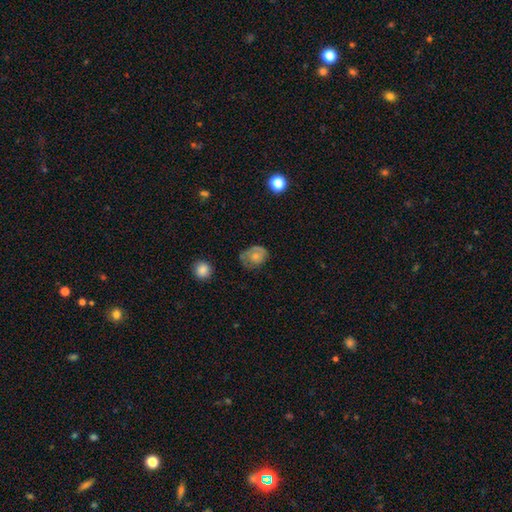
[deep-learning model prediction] Q: Smooth or featured?
A: smooth (57%); runner-up: featured or disk (34%)
Q: How rounded?
A: in between (52%); runner-up: round (47%)
Q: Merging?
A: none (50%); runner-up: minor disturbance (31%)